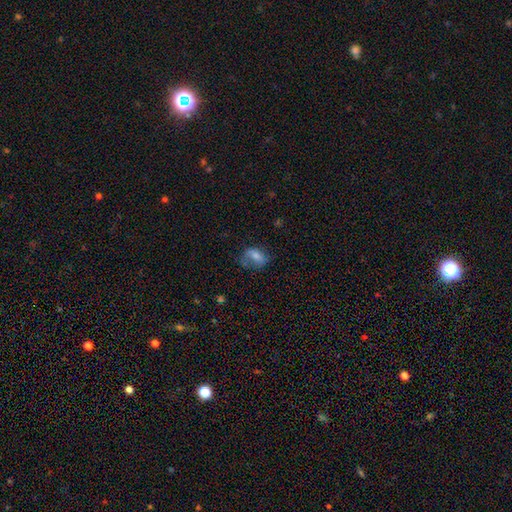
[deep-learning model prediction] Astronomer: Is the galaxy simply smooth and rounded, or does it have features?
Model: smooth — 63%.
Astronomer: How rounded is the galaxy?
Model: in between — 78%.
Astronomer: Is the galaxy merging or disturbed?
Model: none — 46% (runner-up: minor disturbance, 29%).